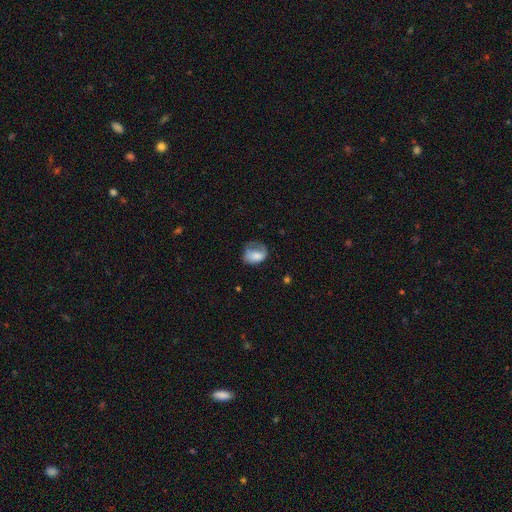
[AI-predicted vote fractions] This appears to be a smooth galaxy with no disk features (67%) that is in between round and cigar-shaped (62%). Merging: major disturbance (35%).